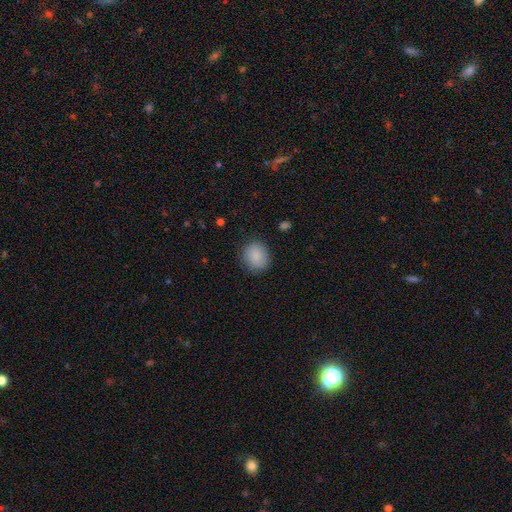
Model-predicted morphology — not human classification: Overall: smooth (87%). How rounded: round (76%). Merging: none (84%).